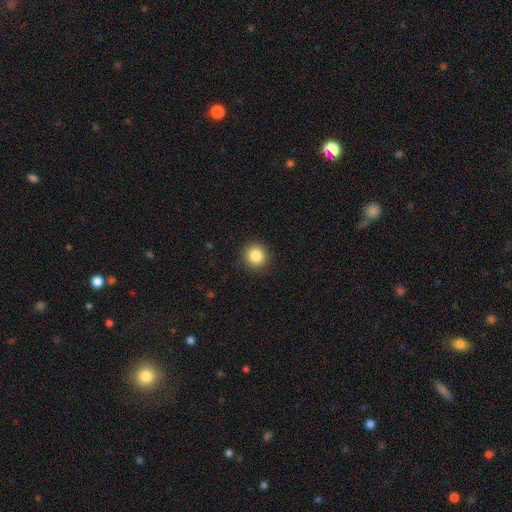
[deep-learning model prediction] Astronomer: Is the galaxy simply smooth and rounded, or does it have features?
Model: smooth — 86%.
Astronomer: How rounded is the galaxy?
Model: round — 93%.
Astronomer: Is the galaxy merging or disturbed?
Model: none — 91%.